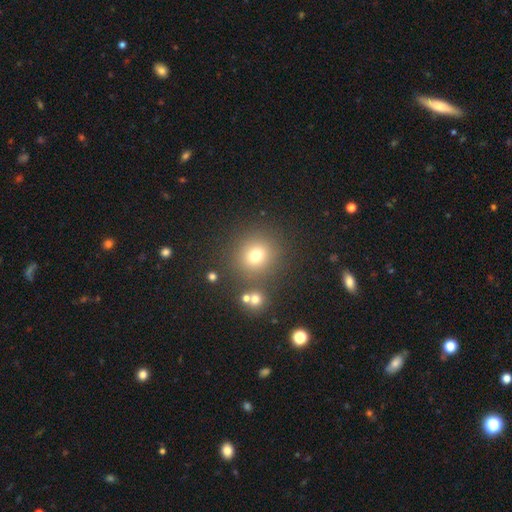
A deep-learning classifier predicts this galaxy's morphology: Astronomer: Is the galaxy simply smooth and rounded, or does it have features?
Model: smooth — 73%.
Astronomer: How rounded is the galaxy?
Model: round — 89%.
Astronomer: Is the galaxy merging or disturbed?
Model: none — 81%.